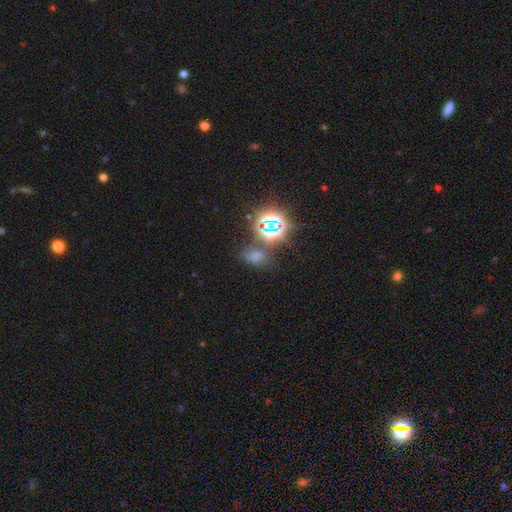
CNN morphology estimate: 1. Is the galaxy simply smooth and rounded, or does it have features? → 61% star or artifact, 29% smooth, 11% featured or disk.